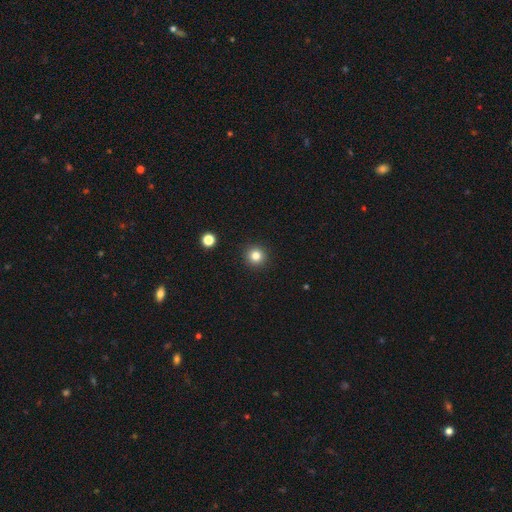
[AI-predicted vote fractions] This appears to be a smooth galaxy with no disk features (81%) that is round (95%). Merging: none (93%).